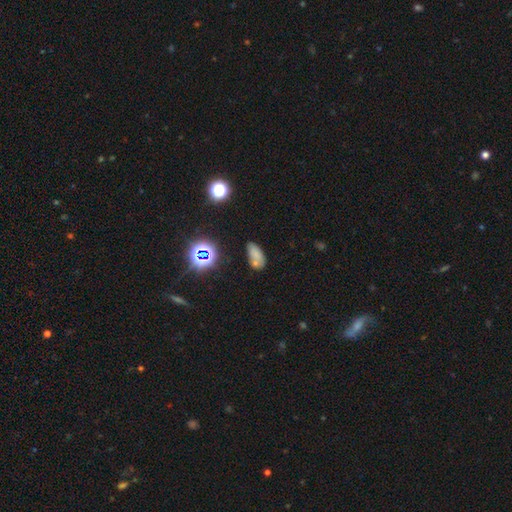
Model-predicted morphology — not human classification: Overall: smooth (66%). How rounded: in between (87%). Merging: none (48%; merger 24%).